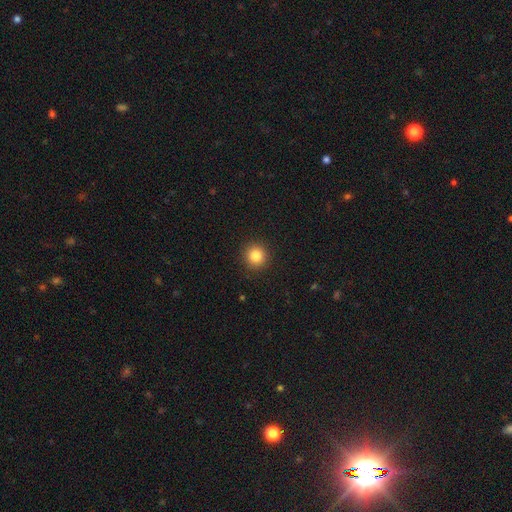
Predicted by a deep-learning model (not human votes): Overall: smooth (84%). How rounded: round (94%). Merging: none (92%).